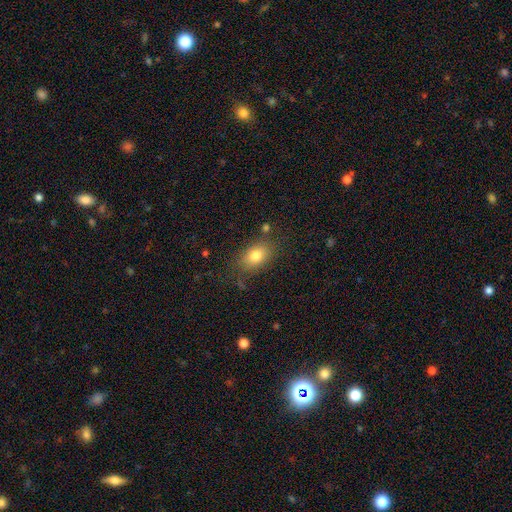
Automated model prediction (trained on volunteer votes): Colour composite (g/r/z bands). It shows a smooth galaxy with no disk features (80%) that is in between round and cigar-shaped (80%). Merging: none (77%).